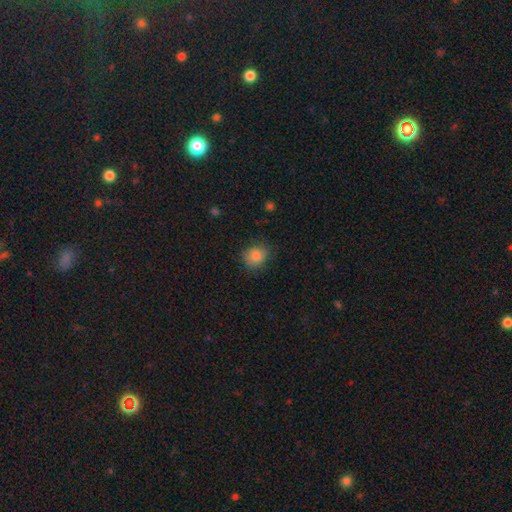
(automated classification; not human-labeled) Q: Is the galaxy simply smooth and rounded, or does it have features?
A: smooth — 86%.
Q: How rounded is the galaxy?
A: round — 74%.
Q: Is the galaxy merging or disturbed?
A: none — 79%.